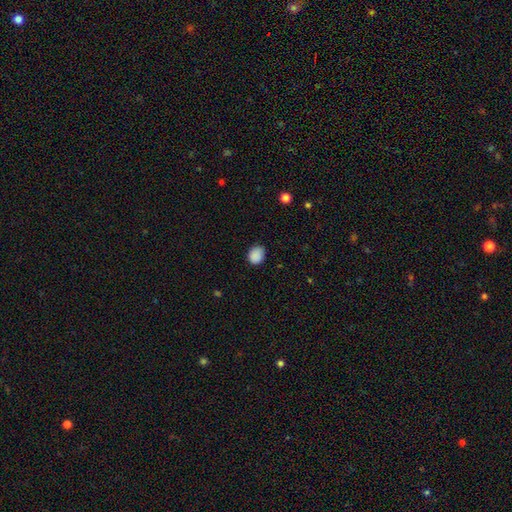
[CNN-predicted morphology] This appears to be a smooth galaxy with no disk features (88%) that is round (58%). Merging: none (78%).